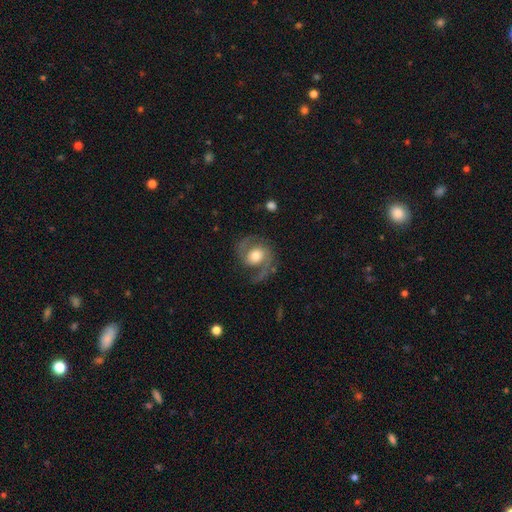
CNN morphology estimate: This is clearly a featured or disk galaxy (83%). It is clearly not viewed edge-on (98%). Bar: possibly no (60%). Spiral arm pattern: clearly yes (95%). Spiral arm count: clearly 2 (90%). Spiral winding: possibly medium (55%). Central bulge: likely moderate (62%). Merging: likely none (73%).